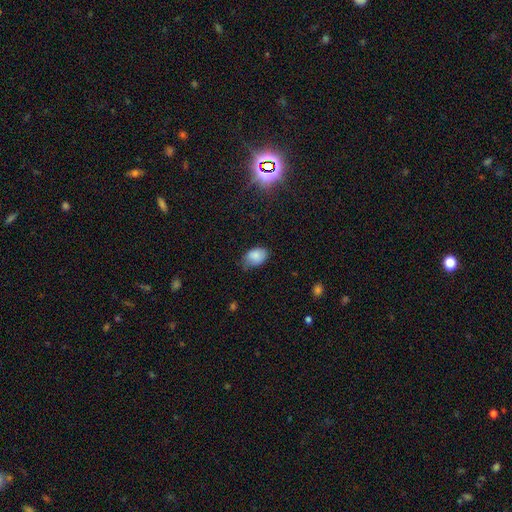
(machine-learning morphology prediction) Smooth or featured: smooth — 84% (star or artifact — 9%)
How rounded: in between — 85% (round — 14%)
Merging: none — 59% (minor disturbance — 33%)